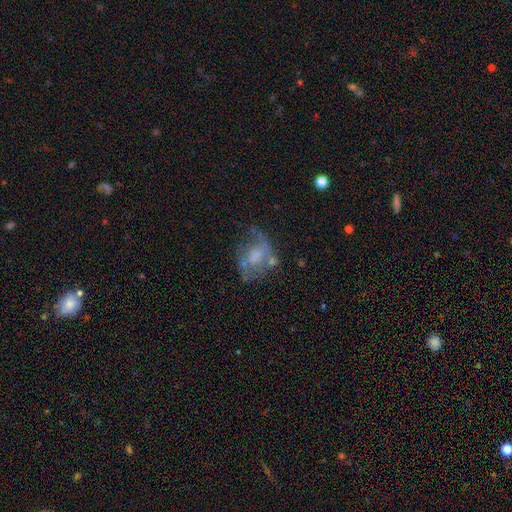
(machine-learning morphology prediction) type=featured or disk (60%); edge-on=no (96%); bar=no (61%); spiral arms=no (51%); bulge=moderate (39%); merging=none (43%).